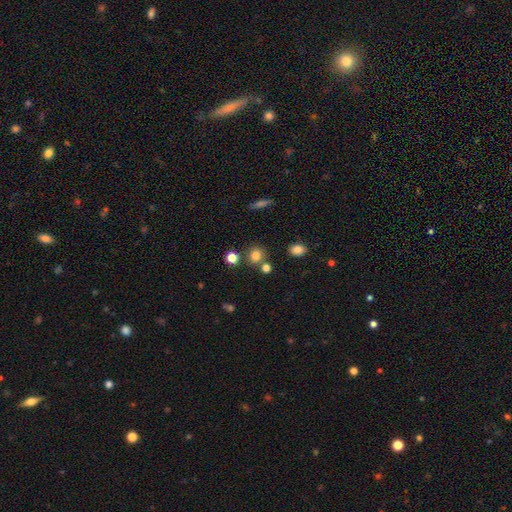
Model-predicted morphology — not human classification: type=smooth (78%); roundness=round (83%); merging=none (74%).